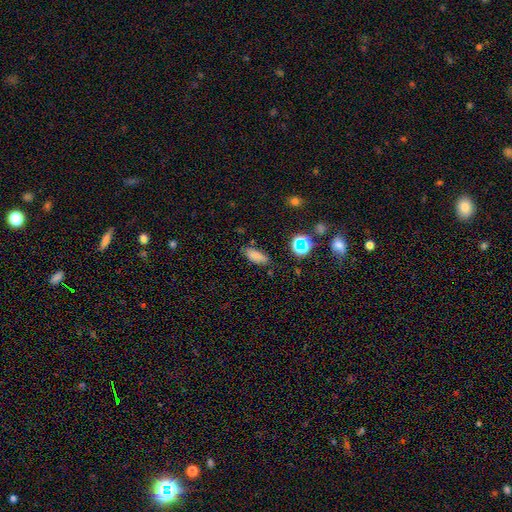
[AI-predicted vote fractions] Q: Smooth or featured?
A: smooth (75%); runner-up: star or artifact (16%)
Q: How rounded?
A: in between (73%); runner-up: cigar-shaped (23%)
Q: Merging?
A: none (75%); runner-up: minor disturbance (17%)